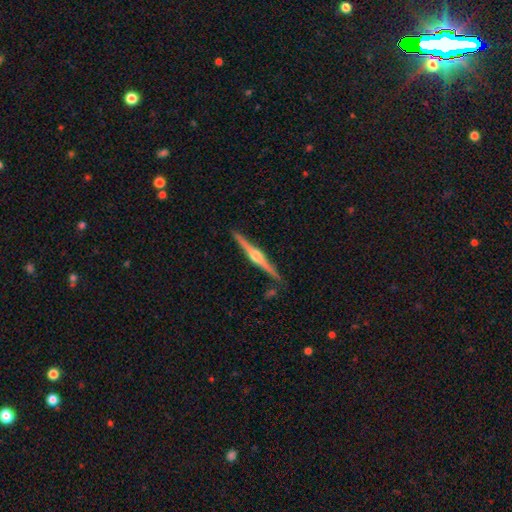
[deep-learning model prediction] smooth_or_featured: featured or disk (p=0.85) [alt: smooth p=0.11]
disk_edge_on: yes (p=0.99) [alt: no p=0.01]
edge_on_bulge: rounded (p=0.92) [alt: boxy p=0.05]
merging: none (p=0.90) [alt: minor disturbance p=0.07]